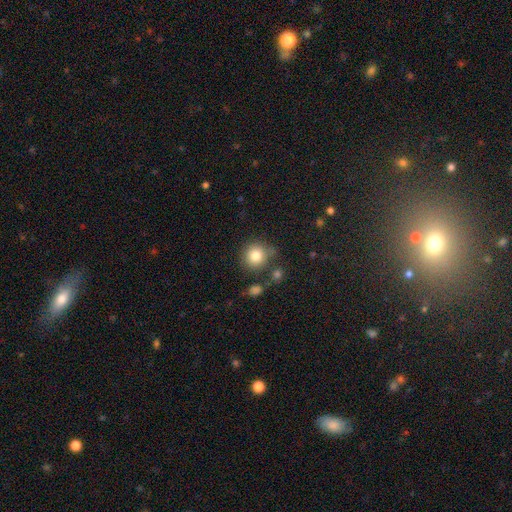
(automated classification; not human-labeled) This appears to be a smooth galaxy with no disk features (82%) that is round (90%). Merging: none (75%).